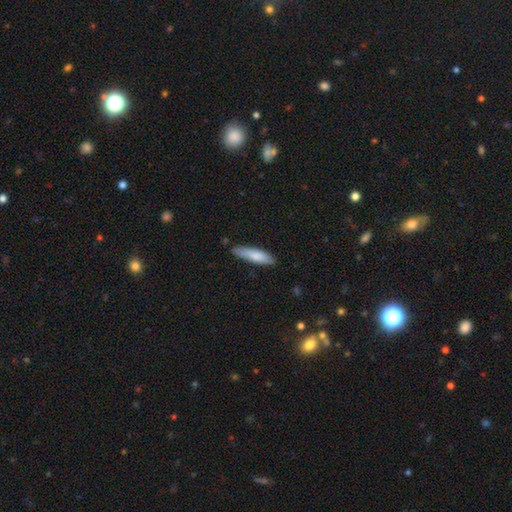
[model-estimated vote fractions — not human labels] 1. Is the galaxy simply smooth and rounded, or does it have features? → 80% smooth, 15% featured or disk, 5% star or artifact.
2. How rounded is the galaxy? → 73% cigar-shaped, 26% in between, 1% round.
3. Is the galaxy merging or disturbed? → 83% none, 14% minor disturbance, 2% major disturbance, 2% merger.